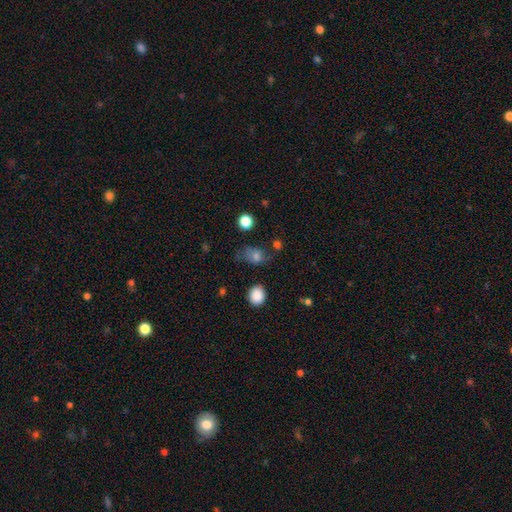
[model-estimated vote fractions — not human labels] A smooth galaxy with no disk features (71%) that is in between round and cigar-shaped (59%). Merging: none (51%).